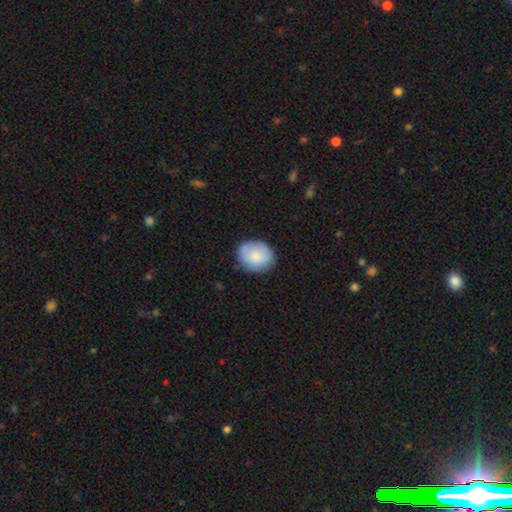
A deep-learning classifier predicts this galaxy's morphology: Q: Smooth or featured?
A: smooth (77%); runner-up: featured or disk (16%)
Q: How rounded?
A: in between (52%); runner-up: round (48%)
Q: Merging?
A: none (76%); runner-up: minor disturbance (19%)